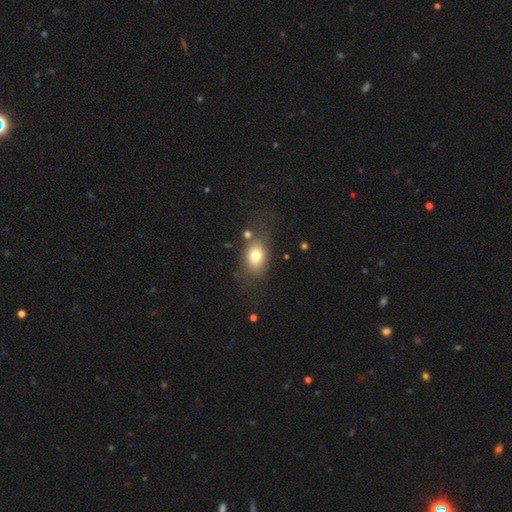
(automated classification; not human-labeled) Smooth or featured?
  - smooth: 76% *
  - featured or disk: 13%
  - star or artifact: 11%
How rounded?
  - in between: 71% *
  - round: 27%
  - cigar-shaped: 2%
Merging?
  - none: 70% *
  - minor disturbance: 16%
  - major disturbance: 8%
  - merger: 6%